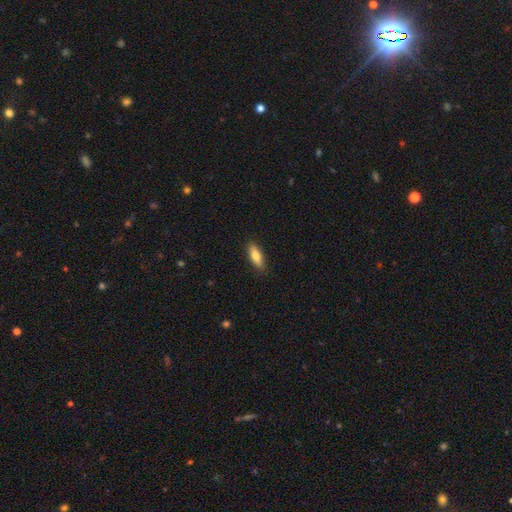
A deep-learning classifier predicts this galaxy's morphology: Overall: smooth (78%). How rounded: in between (59%; cigar-shaped 39%). Merging: none (87%).